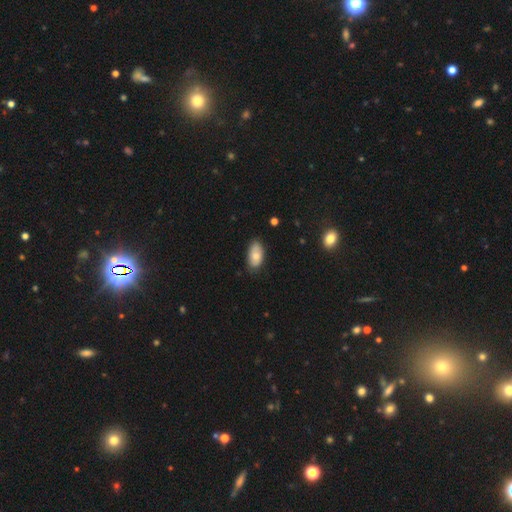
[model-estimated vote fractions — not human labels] This is likely a smooth galaxy (73%). How rounded: clearly in between (93%). Merging: likely none (73%).